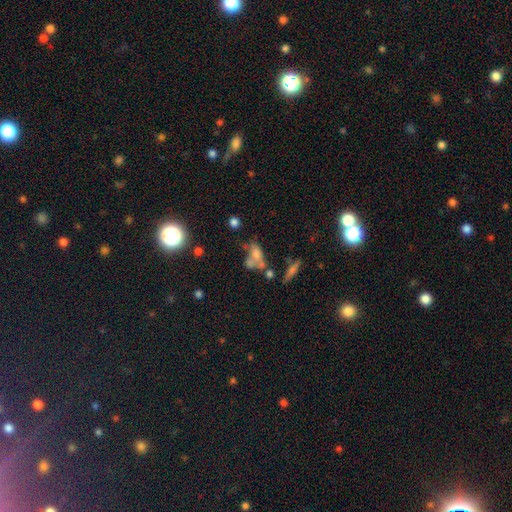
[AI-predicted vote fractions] Smooth or featured?
  - smooth: 55% *
  - featured or disk: 30%
  - star or artifact: 15%
How rounded?
  - in between: 76% *
  - round: 16%
  - cigar-shaped: 9%
Merging?
  - merger: 41% *
  - none: 24%
  - major disturbance: 20%
  - minor disturbance: 15%